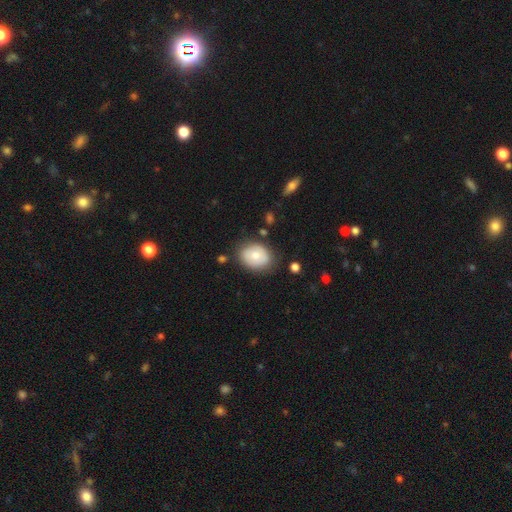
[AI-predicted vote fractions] Overall: smooth (67%). How rounded: in between (56%; round 43%). Merging: none (76%).